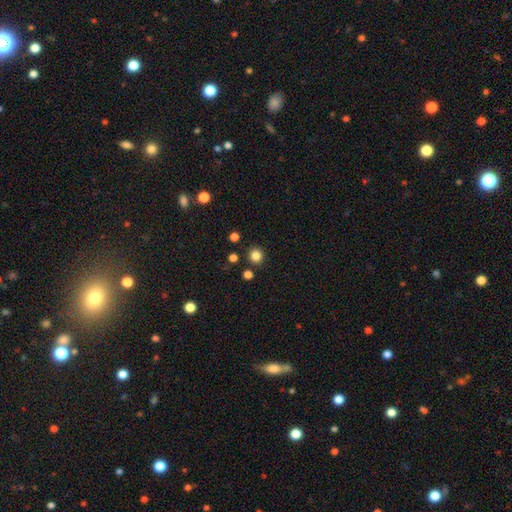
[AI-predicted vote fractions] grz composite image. It shows a smooth galaxy with no disk features (82%) that is round (92%). Merging: none (89%).